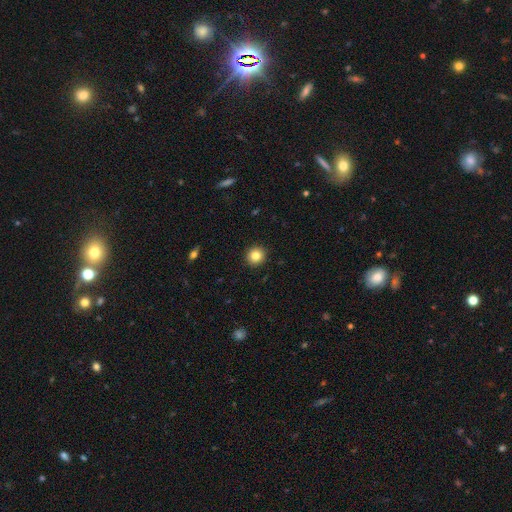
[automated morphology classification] smooth 83%, star or artifact 10%, featured or disk 6%. Down the decision tree: how rounded — round (94%); merging — none (93%).